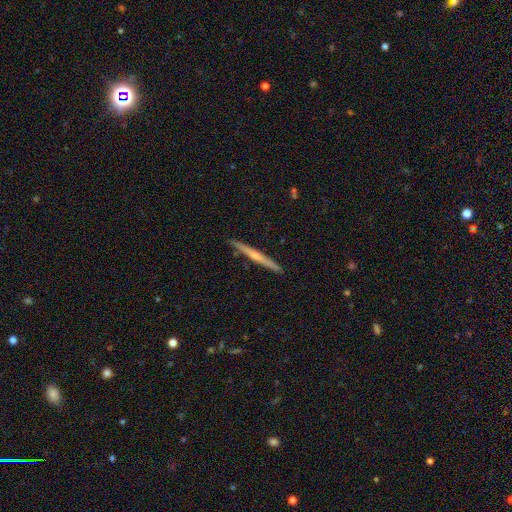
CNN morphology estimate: This appears to be a featured or disk galaxy (58%) viewed edge-on (98%) with a rounded central bulge (53%). Merging: none (91%).